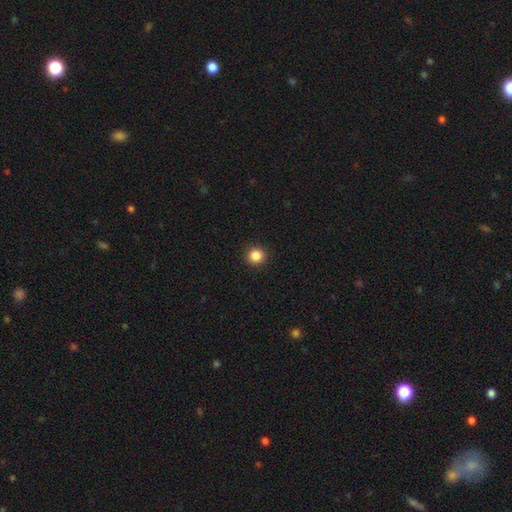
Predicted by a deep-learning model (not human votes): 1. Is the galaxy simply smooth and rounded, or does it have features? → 85% smooth, 11% star or artifact, 3% featured or disk.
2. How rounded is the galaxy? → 95% round, 4% in between, 1% cigar-shaped.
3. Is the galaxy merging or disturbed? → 93% none, 4% minor disturbance, 1% major disturbance, 1% merger.